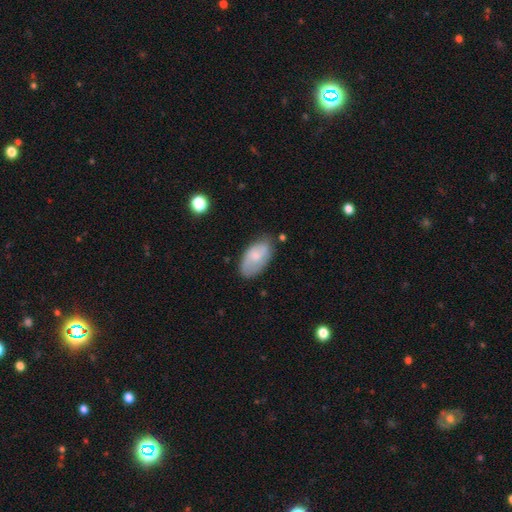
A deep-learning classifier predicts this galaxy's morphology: This appears to be a smooth galaxy with no disk features (63%) that is in between round and cigar-shaped (94%). Merging: none (68%).